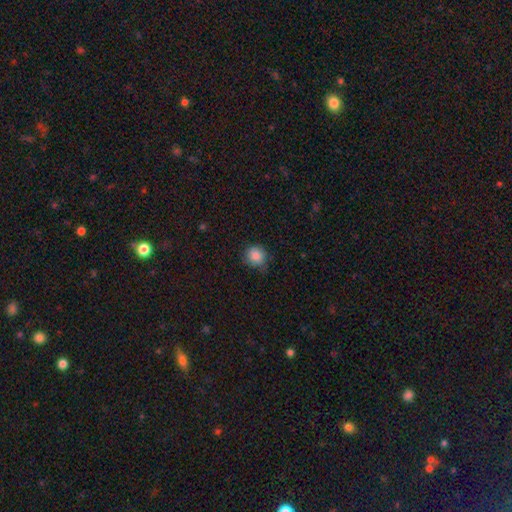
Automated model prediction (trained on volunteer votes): Smooth or featured? Predicted: smooth (p=0.87). How rounded? Predicted: round (p=0.86). Merging? Predicted: none (p=0.70).